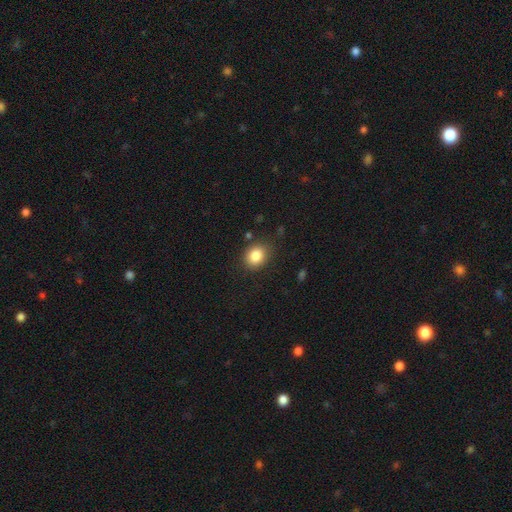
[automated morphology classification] A smooth galaxy with no disk features (84%) that is round (60%). Merging: none (84%).